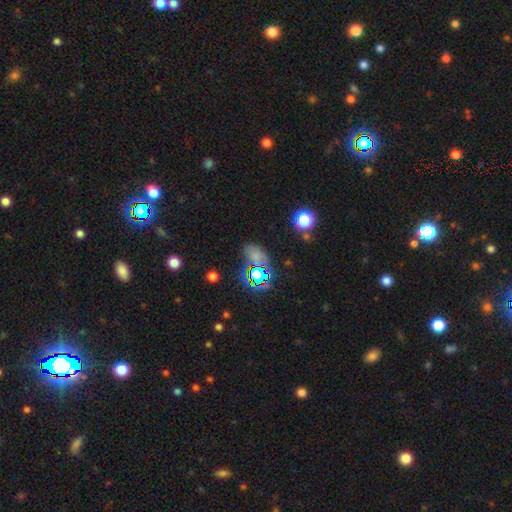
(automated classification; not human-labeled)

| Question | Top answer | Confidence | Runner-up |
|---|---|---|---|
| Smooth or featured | smooth | 47% | star or artifact (42%) |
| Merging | none | 62% | minor disturbance (19%) |